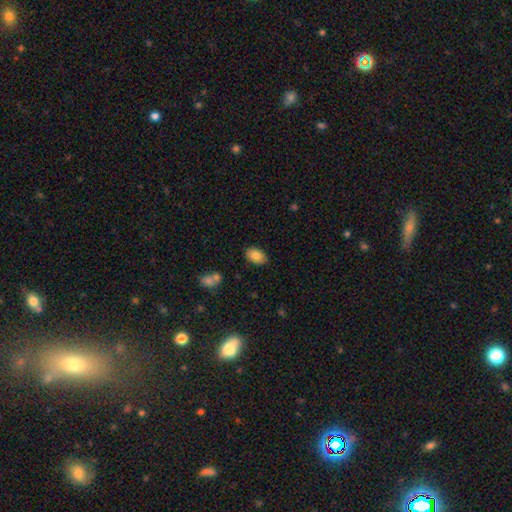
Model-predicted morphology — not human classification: Smooth or featured?
  - smooth: 83% *
  - featured or disk: 9%
  - star or artifact: 7%
How rounded?
  - in between: 90% *
  - round: 9%
  - cigar-shaped: 1%
Merging?
  - none: 85% *
  - minor disturbance: 10%
  - major disturbance: 2%
  - merger: 2%